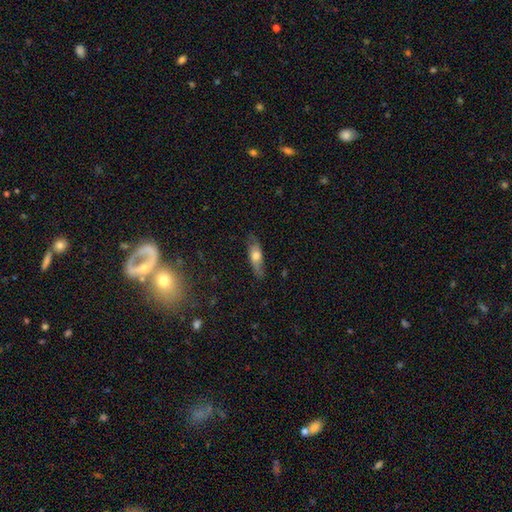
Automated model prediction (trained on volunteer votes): Smooth or featured? Predicted: smooth (p=0.59). How rounded? Predicted: in between (p=0.48, tied with cigar-shaped). Merging? Predicted: none (p=0.75).